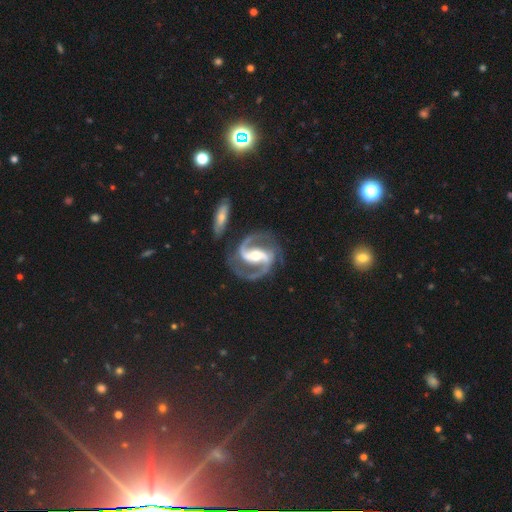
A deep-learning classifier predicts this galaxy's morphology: This is clearly a featured or disk galaxy (93%). It is clearly not viewed edge-on (98%). Bar: likely strong (63%). Spiral arm pattern: clearly yes (99%). Spiral arm count: clearly 2 (93%). Spiral winding: likely medium (66%). Central bulge: likely moderate (63%). Merging: likely none (78%).